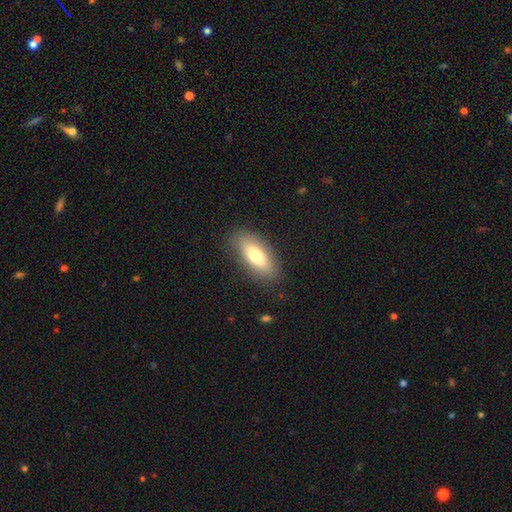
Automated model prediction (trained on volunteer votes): smooth-or-featured: smooth: 78% | featured or disk: 16% | star or artifact: 7%
  how-rounded: in between: 77% | cigar-shaped: 21% | round: 2%
  merging: none: 85% | minor disturbance: 11% | major disturbance: 3% | merger: 1%